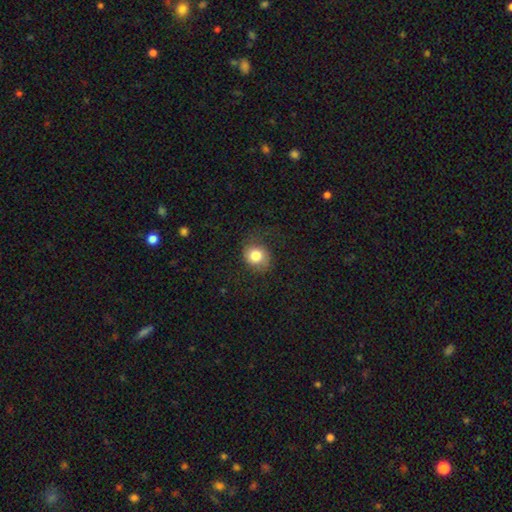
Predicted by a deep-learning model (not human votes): smooth 77%, featured or disk 15%, star or artifact 9%. Down the decision tree: how rounded — round (77%); merging — none (67%).